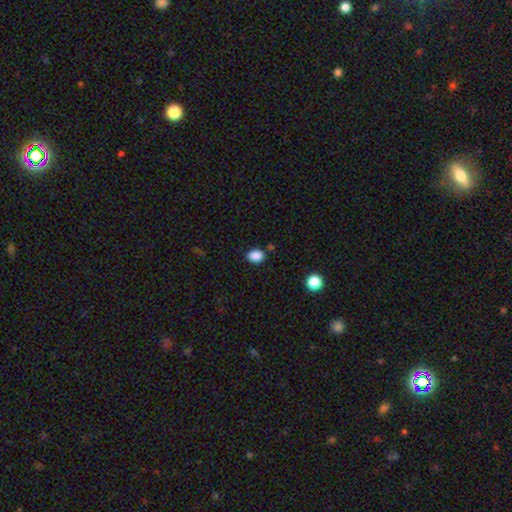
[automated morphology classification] type=smooth (88%); roundness=in between (68%); merging=none (83%).